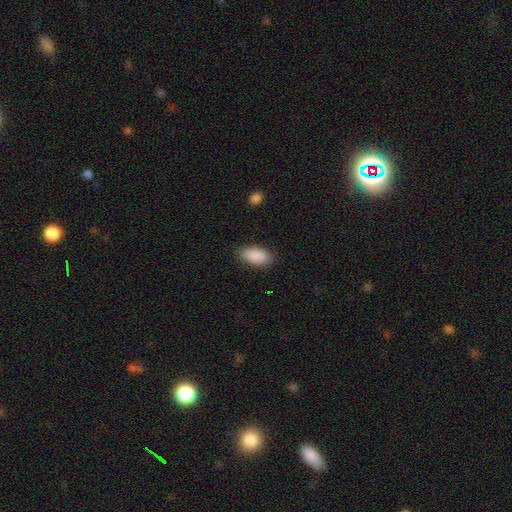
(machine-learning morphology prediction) smooth 90%, star or artifact 7%, featured or disk 3%. Down the decision tree: how rounded — in between (93%); merging — none (84%).